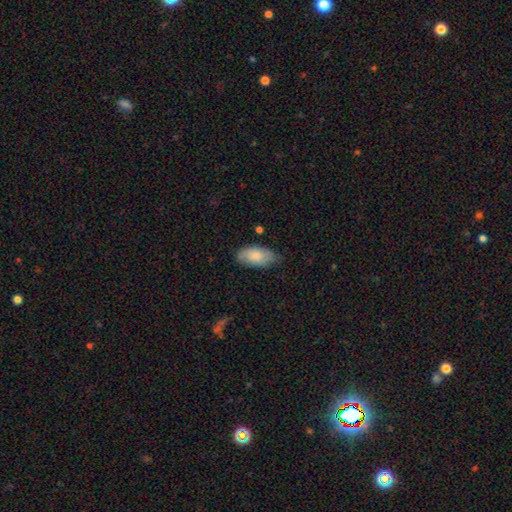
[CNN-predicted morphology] Smooth or featured: smooth — 81% (featured or disk — 13%)
How rounded: in between — 94% (cigar-shaped — 4%)
Merging: none — 76% (minor disturbance — 19%)